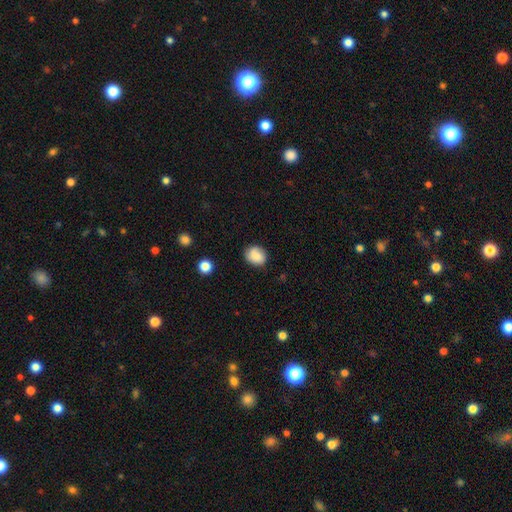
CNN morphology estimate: The model was most divided on "how rounded": round: 54%, in between: 45%, cigar-shaped: 1%. More confident: smooth or featured — smooth (79%); merging — none (77%).